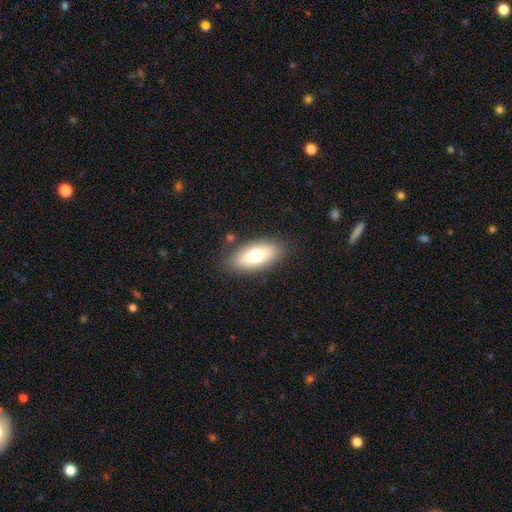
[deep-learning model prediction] Smooth or featured: smooth — 73% (featured or disk — 19%)
How rounded: in between — 88% (cigar-shaped — 8%)
Merging: none — 84% (minor disturbance — 11%)